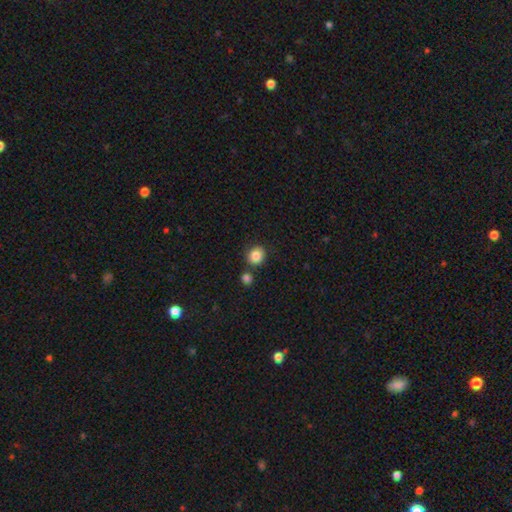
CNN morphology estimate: smooth-or-featured: smooth: 84% | star or artifact: 9% | featured or disk: 6%
  how-rounded: round: 79% | in between: 20% | cigar-shaped: 1%
  merging: none: 74% | merger: 12% | minor disturbance: 11% | major disturbance: 3%